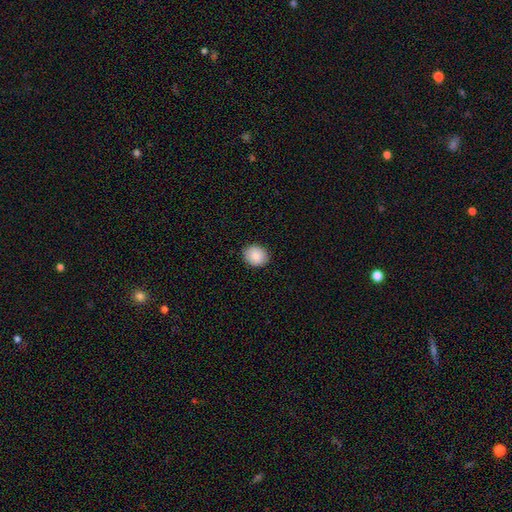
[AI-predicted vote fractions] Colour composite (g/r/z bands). It shows a smooth galaxy with no disk features (88%) that is round (61%). Merging: none (89%).